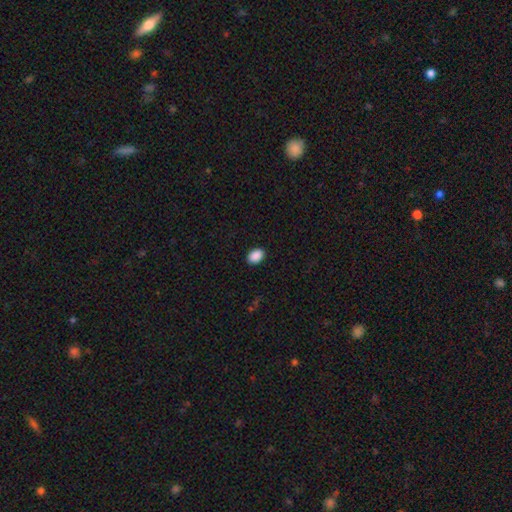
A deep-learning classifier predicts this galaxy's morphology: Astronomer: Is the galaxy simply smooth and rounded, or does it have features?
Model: smooth — 90%.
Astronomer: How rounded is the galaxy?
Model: in between — 85%.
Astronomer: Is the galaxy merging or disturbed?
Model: none — 90%.